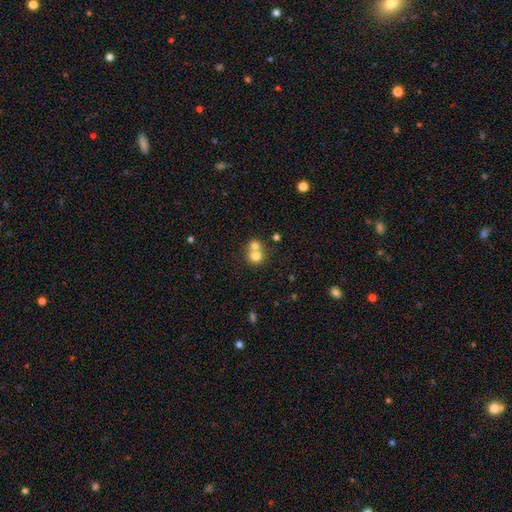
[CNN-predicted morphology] Q: Smooth or featured?
A: smooth (73%); runner-up: featured or disk (15%)
Q: How rounded?
A: round (82%); runner-up: in between (17%)
Q: Merging?
A: merger (57%); runner-up: none (35%)